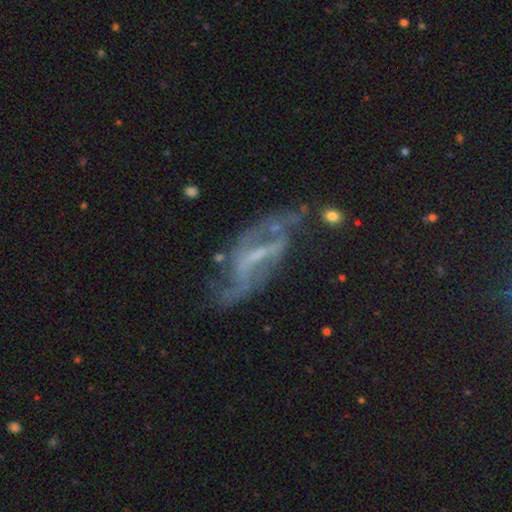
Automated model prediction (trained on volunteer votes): The model was most divided on "spiral winding": loose: 46%, medium: 37%, tight: 17%. Remaining: edge-on disk — no (87%); spiral arms — yes (82%); smooth or featured — featured or disk (76%); spiral arm count — 2 (68%); bulge size — small (52%); merging — none (51%); bar — weak (44%).